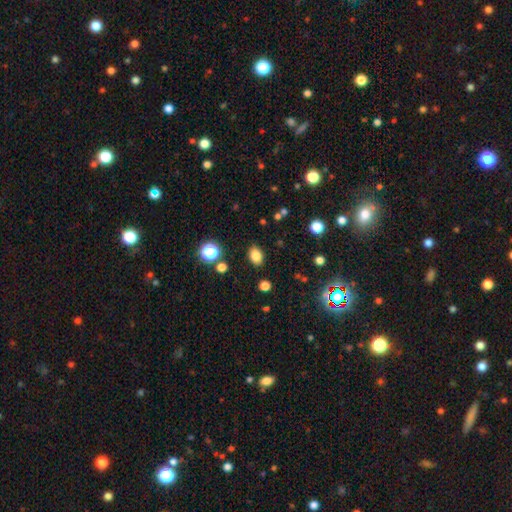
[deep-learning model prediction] Smooth or featured: smooth — 81% (star or artifact — 12%)
How rounded: in between — 73% (round — 25%)
Merging: none — 86% (minor disturbance — 9%)